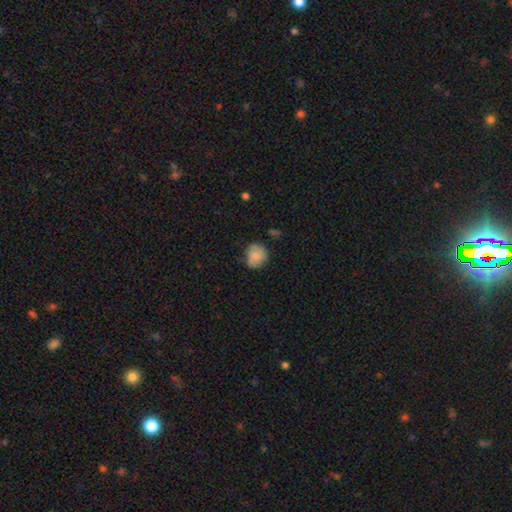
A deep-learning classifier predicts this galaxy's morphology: Q: Smooth or featured?
A: smooth (77%); runner-up: featured or disk (15%)
Q: How rounded?
A: round (75%); runner-up: in between (24%)
Q: Merging?
A: none (64%); runner-up: minor disturbance (29%)